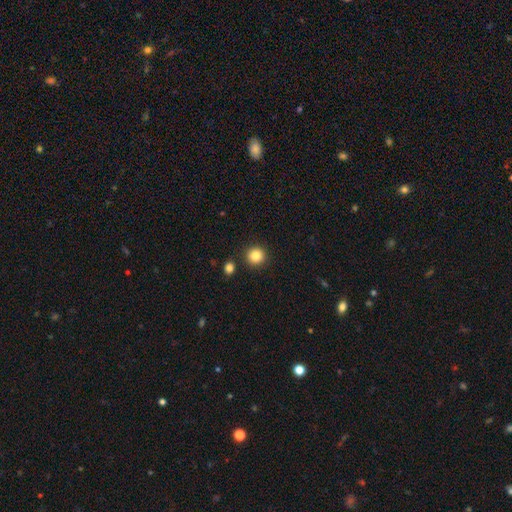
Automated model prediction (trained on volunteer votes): Smooth or featured? Predicted: smooth (p=0.85). How rounded? Predicted: round (p=0.93). Merging? Predicted: none (p=0.89).